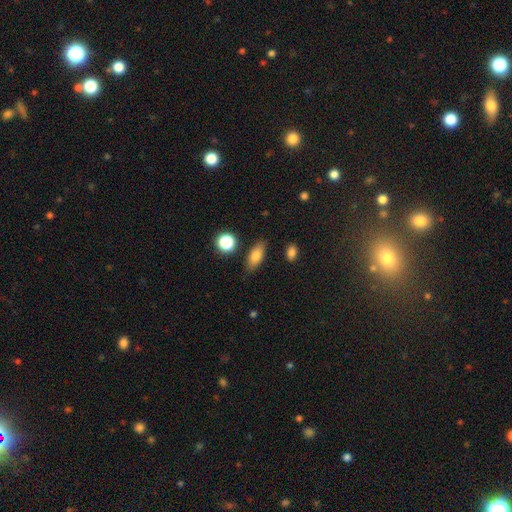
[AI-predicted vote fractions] Smooth or featured? smooth (78%)
How rounded? in between (78%)
Merging? none (82%)